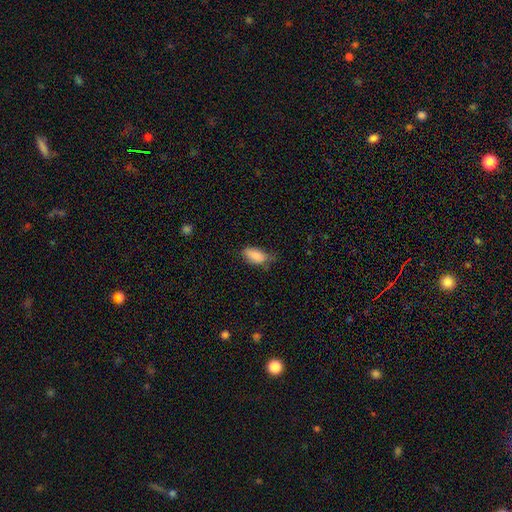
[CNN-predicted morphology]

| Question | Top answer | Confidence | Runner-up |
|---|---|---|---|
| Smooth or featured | smooth | 87% | star or artifact (7%) |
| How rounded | in between | 91% | cigar-shaped (6%) |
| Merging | none | 50% | minor disturbance (38%) |